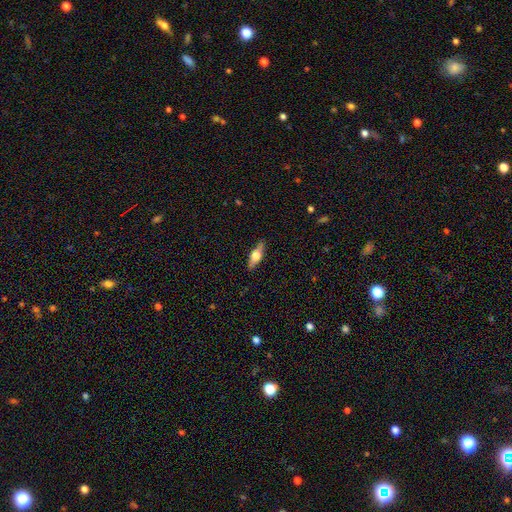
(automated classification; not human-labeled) smooth-or-featured: featured or disk: 54% | smooth: 39% | star or artifact: 6%
  disk-edge-on: yes: 92% | no: 8%
  merging: none: 86% | minor disturbance: 11% | major disturbance: 2% | merger: 1%